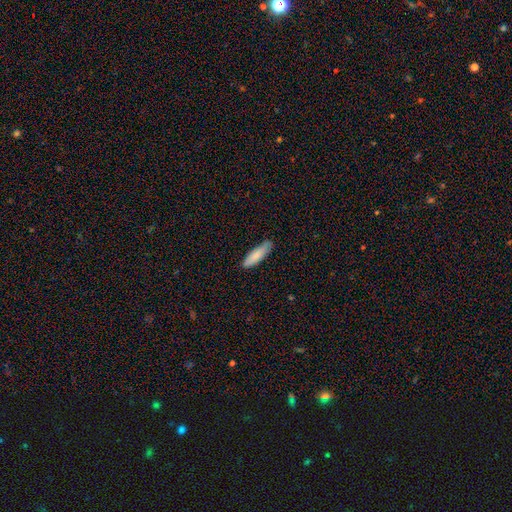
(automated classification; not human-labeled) Overall: smooth (83%). How rounded: cigar-shaped (63%; in between 36%). Merging: none (81%).